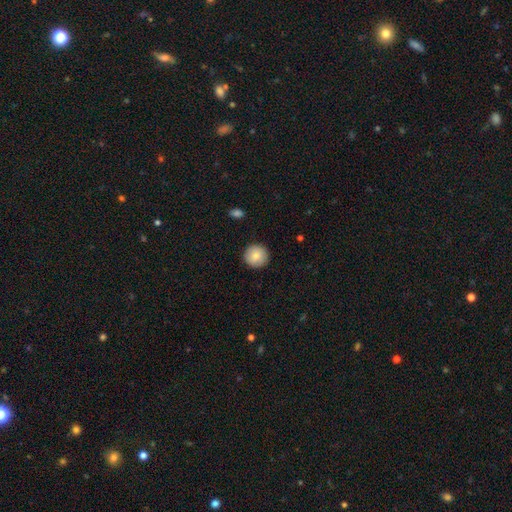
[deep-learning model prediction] Smooth or featured? smooth (81%)
How rounded? round (95%)
Merging? none (91%)